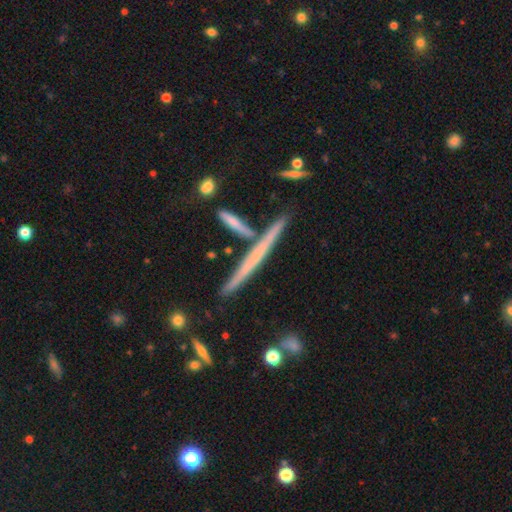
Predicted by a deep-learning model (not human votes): This appears to be a featured or disk galaxy (57%) viewed edge-on (97%) with no central bulge (87%). Merging: none (81%).